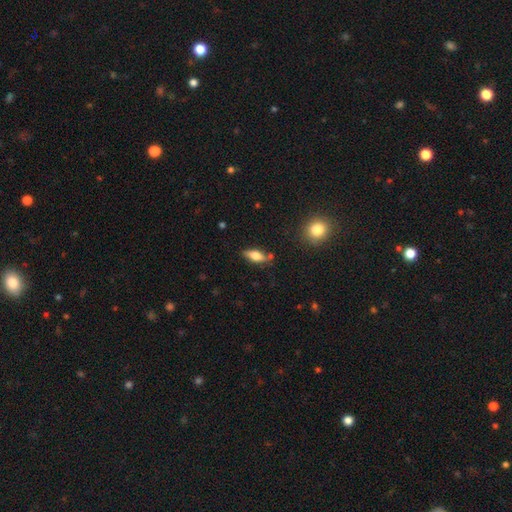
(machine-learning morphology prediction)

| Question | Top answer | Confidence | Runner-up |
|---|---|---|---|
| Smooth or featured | smooth | 62% | featured or disk (31%) |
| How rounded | in between | 69% | cigar-shaped (28%) |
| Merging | none | 76% | minor disturbance (16%) |